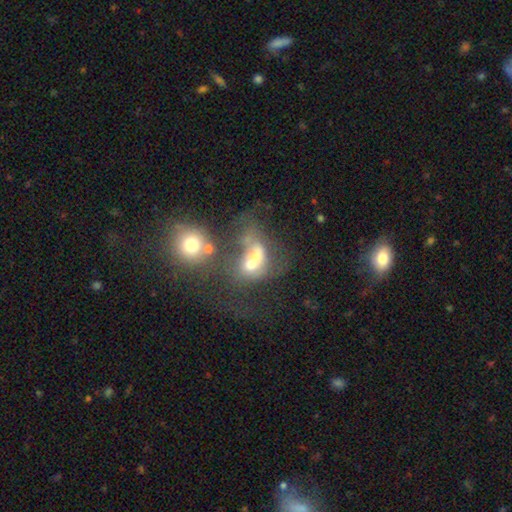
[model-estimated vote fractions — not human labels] smooth_or_featured: featured or disk (p=0.43) [alt: smooth p=0.41]
merging: merger (p=0.63) [alt: major disturbance p=0.16]